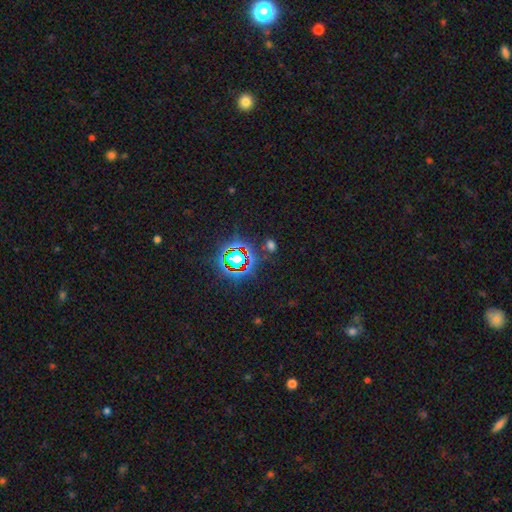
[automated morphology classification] smooth_or_featured: star or artifact (p=0.80) [alt: smooth p=0.12]